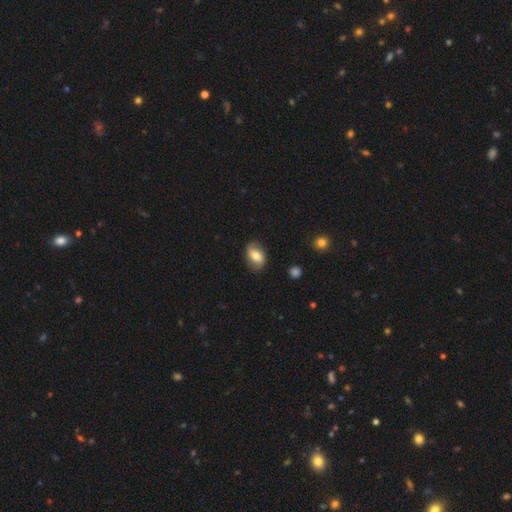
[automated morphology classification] This is possibly a smooth galaxy (57%). How rounded: clearly in between (83%). Merging: likely none (79%).